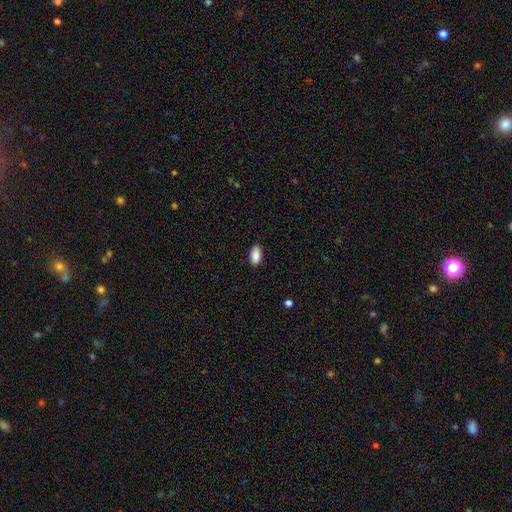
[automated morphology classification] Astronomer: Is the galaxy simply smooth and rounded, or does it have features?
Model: smooth — 89%.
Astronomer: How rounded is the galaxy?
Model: in between — 94%.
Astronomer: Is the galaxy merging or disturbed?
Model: none — 89%.